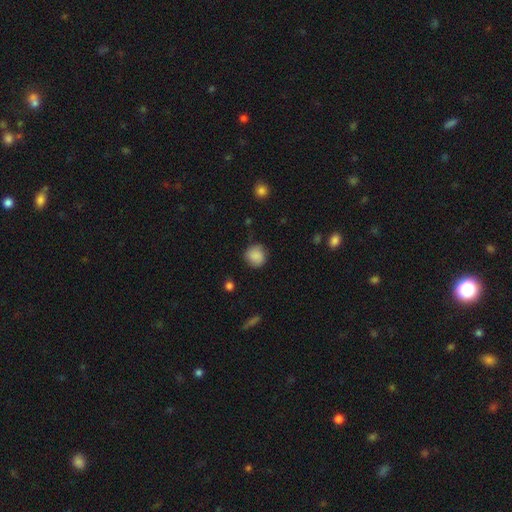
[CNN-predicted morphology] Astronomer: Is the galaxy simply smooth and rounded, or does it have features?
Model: smooth — 83%.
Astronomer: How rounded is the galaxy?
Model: round — 86%.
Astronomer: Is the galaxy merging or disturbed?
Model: none — 74%.